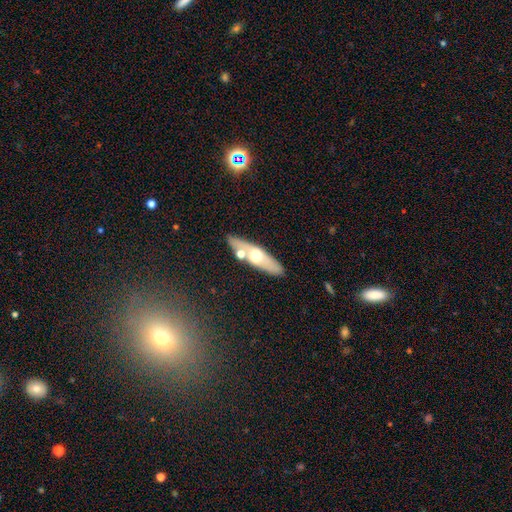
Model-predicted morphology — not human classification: This is possibly a featured or disk galaxy (50%). It is likely viewed edge-on (71%). Merging: likely none (76%).